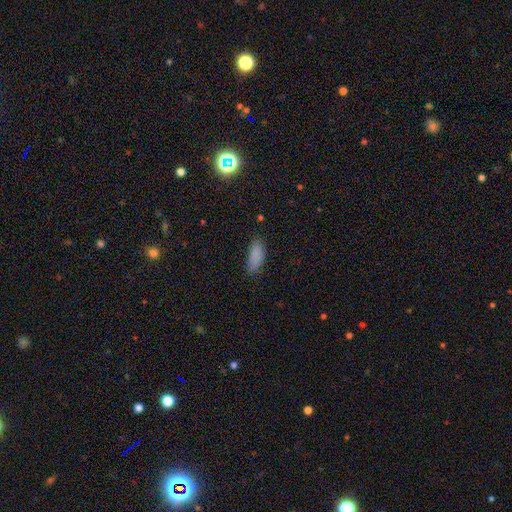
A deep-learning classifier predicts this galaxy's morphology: Overall: smooth (86%). How rounded: in between (80%). Merging: none (78%).